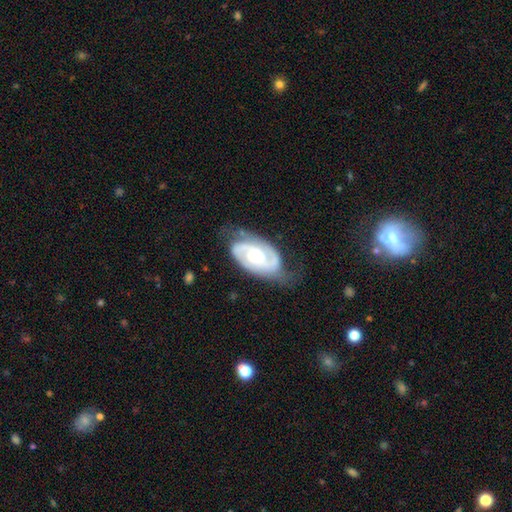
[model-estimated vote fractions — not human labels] This appears to be a featured or disk galaxy (86%) with no bar (49%), 2 (83%) tight (52%) spiral arms (96%) and a moderate central bulge (56%). Merging: none (65%).